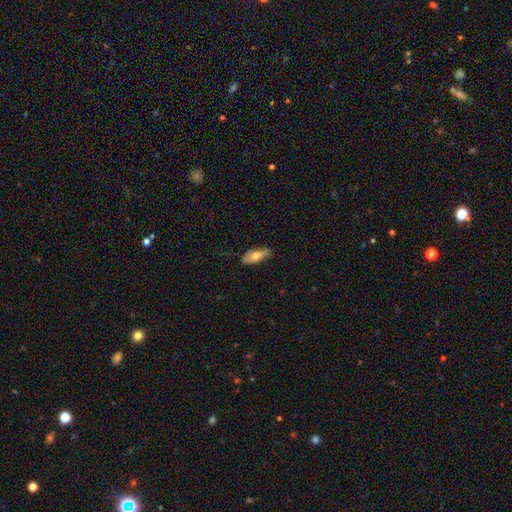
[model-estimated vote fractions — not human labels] A smooth galaxy with no disk features (69%) that is in between round and cigar-shaped (72%).

Vote fractions:
- Smooth or featured? smooth: 69% / featured or disk: 25% / star or artifact: 6%
- How rounded? in between: 72% / cigar-shaped: 25% / round: 3%
- Merging? none: 81% / minor disturbance: 15% / major disturbance: 3% / merger: 1%